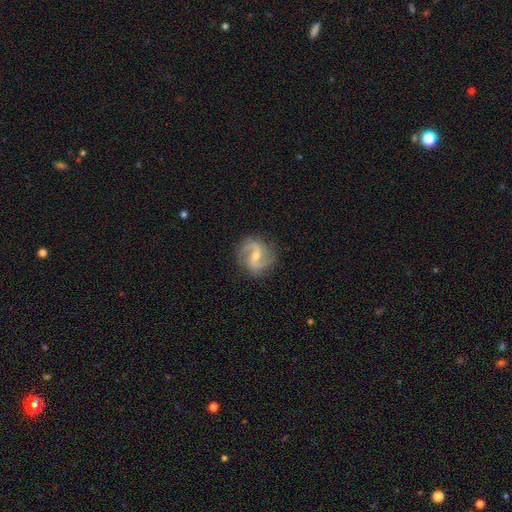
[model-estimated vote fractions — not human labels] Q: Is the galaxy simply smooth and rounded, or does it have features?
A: featured or disk — 87%.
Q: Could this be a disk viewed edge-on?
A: no — 98%.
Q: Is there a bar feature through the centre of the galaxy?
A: weak — 52%.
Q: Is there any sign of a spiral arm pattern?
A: yes — 96%.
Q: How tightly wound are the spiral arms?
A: medium — 49%.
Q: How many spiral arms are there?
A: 2 — 93%.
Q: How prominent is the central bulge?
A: small — 49%.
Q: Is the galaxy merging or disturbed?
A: none — 84%.